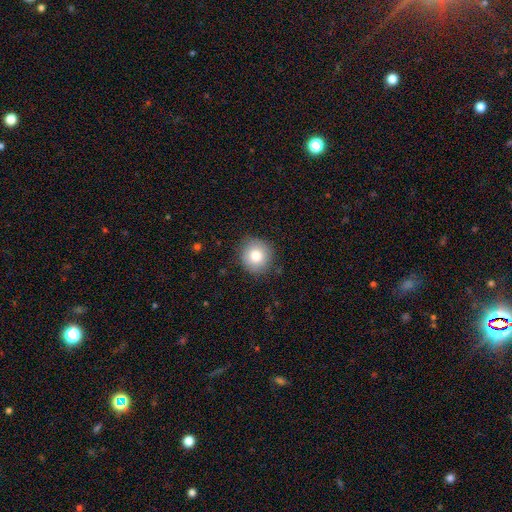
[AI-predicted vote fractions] Smooth or featured?
  - smooth: 80% *
  - featured or disk: 11%
  - star or artifact: 9%
How rounded?
  - round: 90% *
  - in between: 9%
  - cigar-shaped: 1%
Merging?
  - none: 87% *
  - minor disturbance: 10%
  - major disturbance: 2%
  - merger: 1%